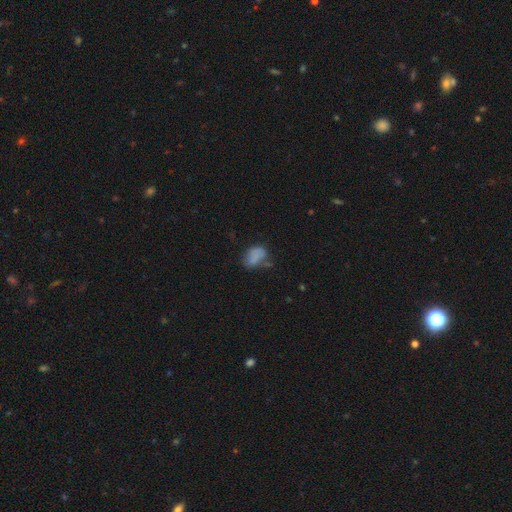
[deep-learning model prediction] A smooth galaxy with no disk features (75%) that is in between round and cigar-shaped (82%).

Vote fractions:
- Smooth or featured? smooth: 75% / featured or disk: 13% / star or artifact: 11%
- How rounded? in between: 82% / round: 16% / cigar-shaped: 2%
- Merging? none: 40% / minor disturbance: 31% / major disturbance: 20% / merger: 9%